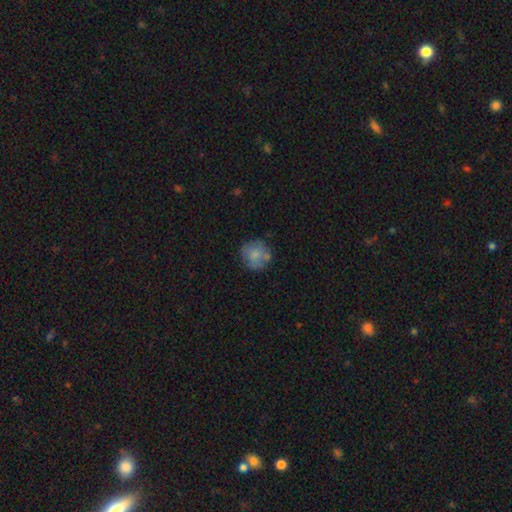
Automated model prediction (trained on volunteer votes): This appears to be a smooth galaxy with no disk features (63%) that is round (89%). Merging: none (67%).